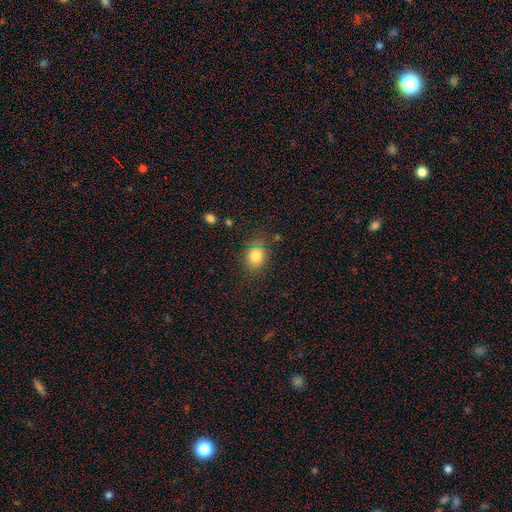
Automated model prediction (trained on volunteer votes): Smooth or featured: smooth — 81% (star or artifact — 11%)
How rounded: round — 50% (in between — 49%)
Merging: none — 77% (minor disturbance — 16%)